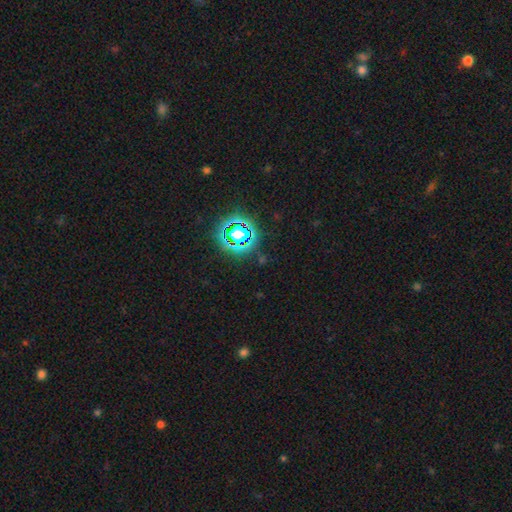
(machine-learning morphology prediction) Overall: star or artifact (79%).